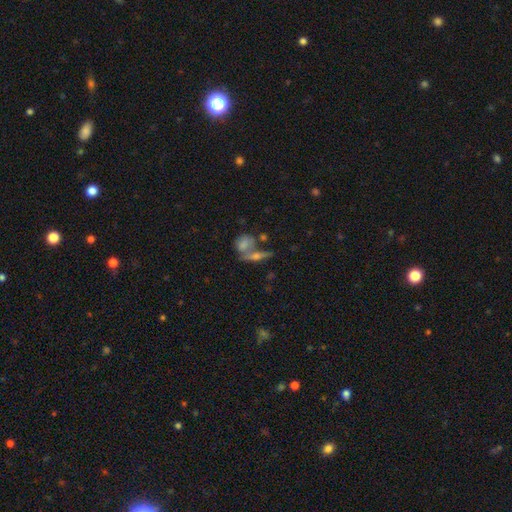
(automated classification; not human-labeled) The model was most divided on "smooth or featured": smooth: 38%, featured or disk: 37%, star or artifact: 25%. More confident: merging — merger (51%).